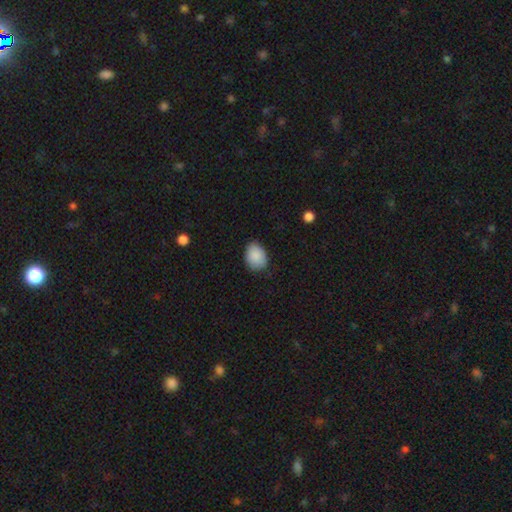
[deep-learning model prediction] Q: Smooth or featured?
A: smooth (89%); runner-up: star or artifact (7%)
Q: How rounded?
A: in between (65%); runner-up: round (34%)
Q: Merging?
A: none (76%); runner-up: minor disturbance (20%)